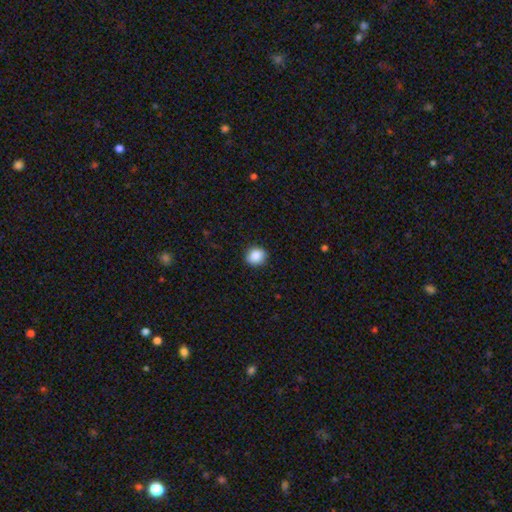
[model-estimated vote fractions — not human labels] Q: Smooth or featured?
A: smooth (87%); runner-up: star or artifact (9%)
Q: How rounded?
A: round (75%); runner-up: in between (24%)
Q: Merging?
A: none (87%); runner-up: minor disturbance (10%)